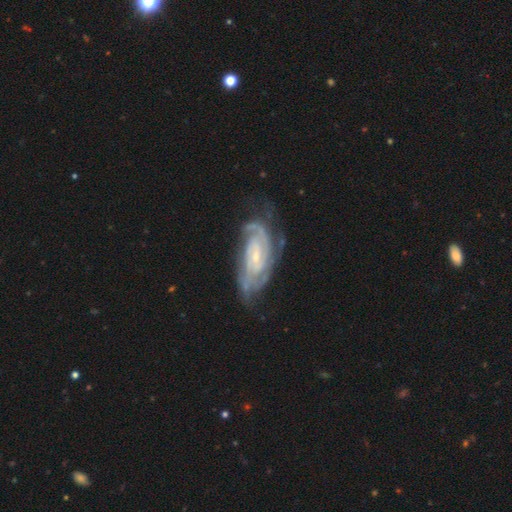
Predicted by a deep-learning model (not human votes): featured or disk 89%, smooth 6%, star or artifact 5%. Down the decision tree: edge-on disk — no (95%); bar — no (47%); spiral arms — yes (98%); spiral arm count — 2 (33%); spiral winding — tight (66%); bulge size — small (73%); merging — none (66%).